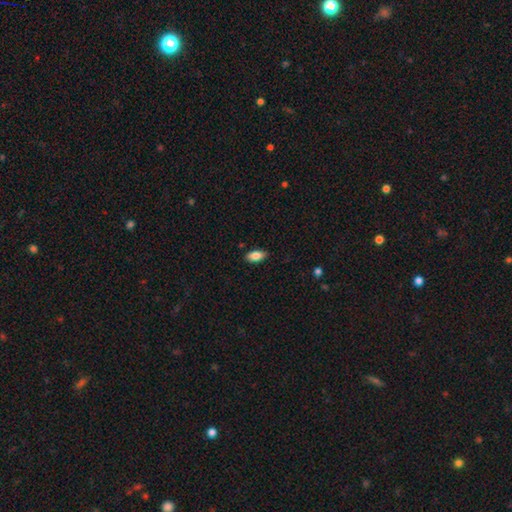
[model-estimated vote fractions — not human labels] Q: Smooth or featured?
A: smooth (84%); runner-up: featured or disk (9%)
Q: How rounded?
A: in between (92%); runner-up: cigar-shaped (5%)
Q: Merging?
A: none (88%); runner-up: minor disturbance (9%)